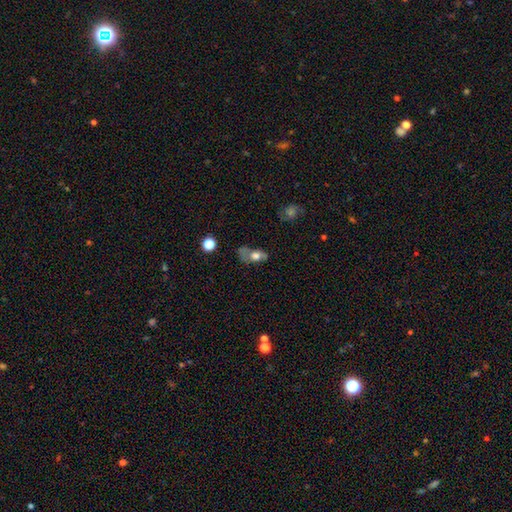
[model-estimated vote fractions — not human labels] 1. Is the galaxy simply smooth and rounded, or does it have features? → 58% smooth, 31% featured or disk, 11% star or artifact.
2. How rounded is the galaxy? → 74% in between, 20% round, 6% cigar-shaped.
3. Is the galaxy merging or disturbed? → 33% major disturbance, 31% none, 25% minor disturbance, 11% merger.